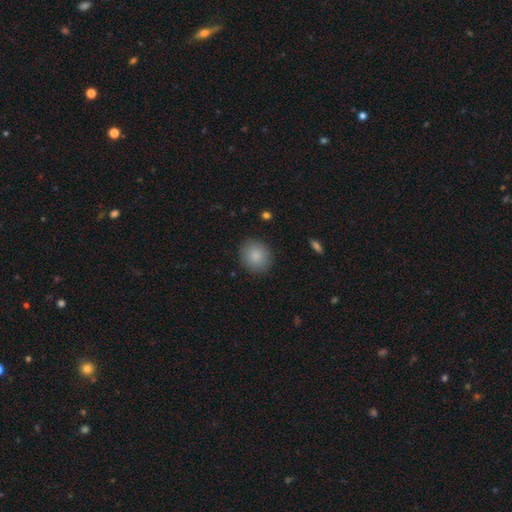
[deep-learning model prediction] Overall: smooth (87%). How rounded: round (79%). Merging: none (89%).